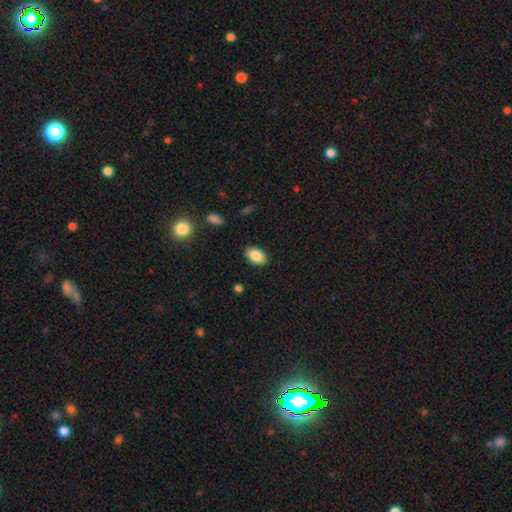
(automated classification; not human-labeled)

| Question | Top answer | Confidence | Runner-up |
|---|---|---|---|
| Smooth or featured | smooth | 86% | star or artifact (8%) |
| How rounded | in between | 89% | round (9%) |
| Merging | none | 87% | minor disturbance (10%) |